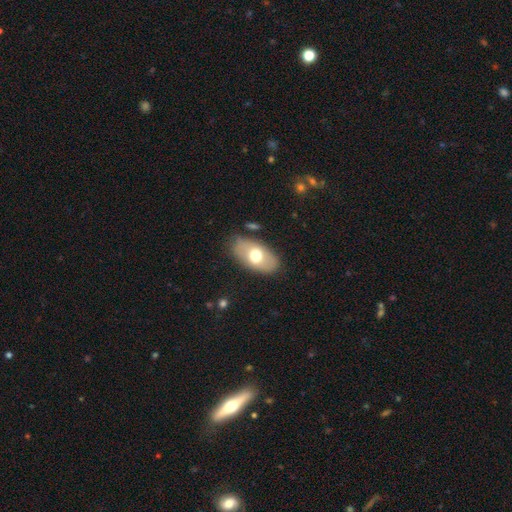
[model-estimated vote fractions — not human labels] smooth 62%, featured or disk 31%, star or artifact 7%. Down the decision tree: how rounded — in between (92%); merging — none (81%).